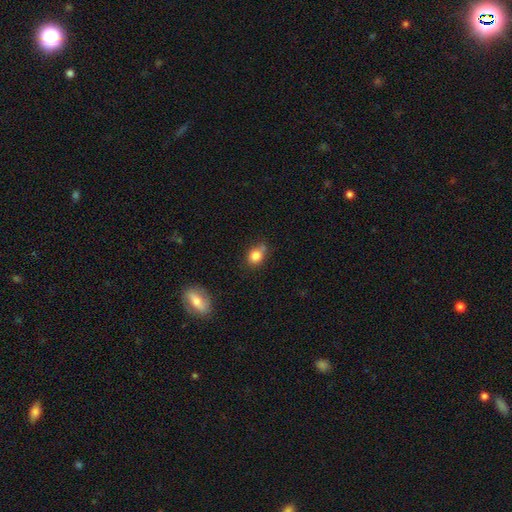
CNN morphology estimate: Smooth or featured? Predicted: smooth (p=0.81). How rounded? Predicted: round (p=0.56). Merging? Predicted: none (p=0.55).